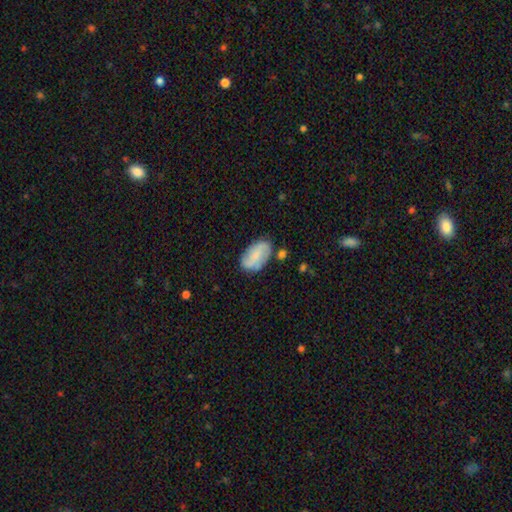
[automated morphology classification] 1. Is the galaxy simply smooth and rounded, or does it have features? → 53% smooth, 40% featured or disk, 7% star or artifact.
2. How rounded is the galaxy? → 91% in between, 6% round, 3% cigar-shaped.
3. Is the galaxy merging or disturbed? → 68% none, 21% minor disturbance, 6% major disturbance, 5% merger.